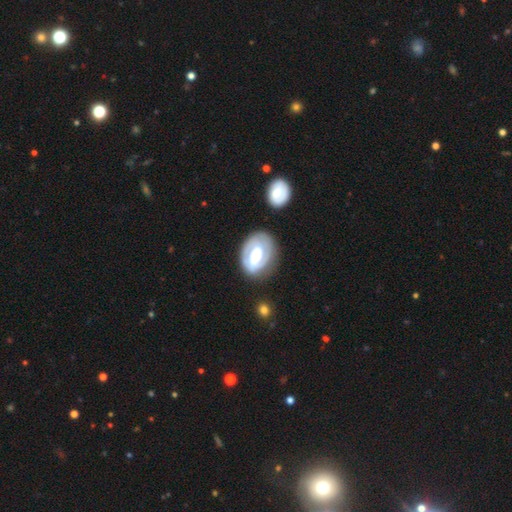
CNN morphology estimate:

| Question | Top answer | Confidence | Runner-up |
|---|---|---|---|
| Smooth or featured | featured or disk | 72% | smooth (23%) |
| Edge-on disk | no | 96% | yes (4%) |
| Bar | weak | 39% | strong (35%) |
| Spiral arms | yes | 68% | no (32%) |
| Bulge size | moderate | 59% | large (28%) |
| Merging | none | 69% | minor disturbance (19%) |